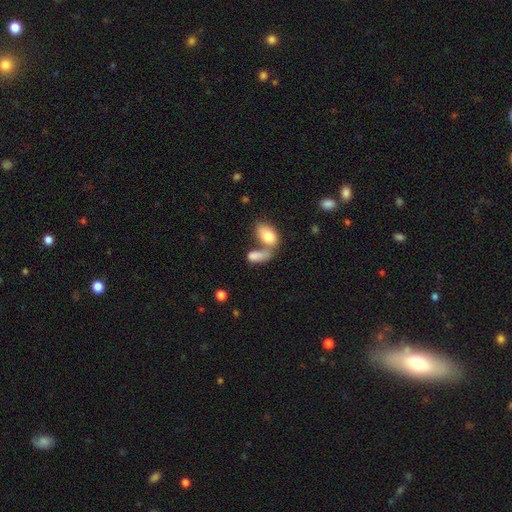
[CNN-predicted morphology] This is clearly a smooth galaxy (80%). How rounded: clearly in between (86%). Merging: possibly merger (58%).